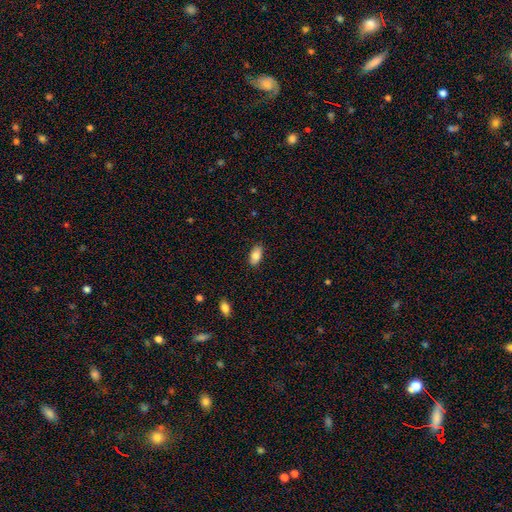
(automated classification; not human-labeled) This appears to be a smooth galaxy with no disk features (82%) that is in between round and cigar-shaped (92%). Merging: none (85%).